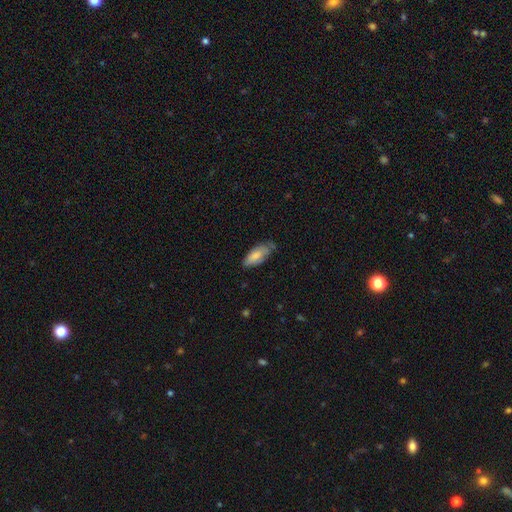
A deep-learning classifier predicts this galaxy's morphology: smooth-or-featured: smooth: 76% | featured or disk: 18% | star or artifact: 6%
  how-rounded: in between: 83% | cigar-shaped: 15% | round: 2%
  merging: none: 56% | minor disturbance: 35% | major disturbance: 7% | merger: 2%